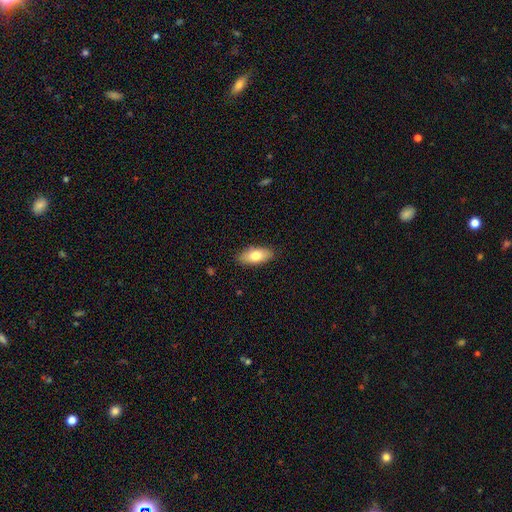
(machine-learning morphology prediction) A smooth galaxy with no disk features (76%) that is in between round and cigar-shaped (86%). Merging: none (86%).